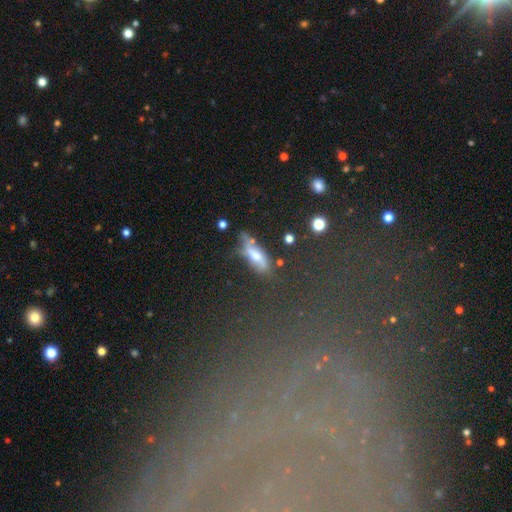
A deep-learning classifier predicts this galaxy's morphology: This is possibly a smooth galaxy (49%). Merging: possibly none (46%).